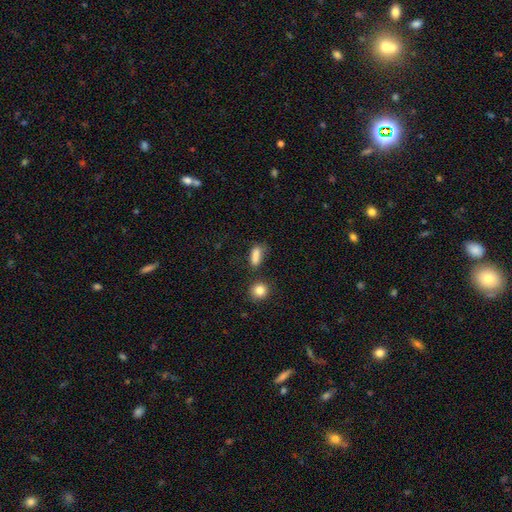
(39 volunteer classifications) smooth-or-featured: smooth: 85% | star or artifact: 10% | featured or disk: 5%
  how-rounded: in between: 70% | cigar-shaped: 30% | round: 0%
  merging: none: 74% | minor disturbance: 17% | major disturbance: 6% | merger: 3%